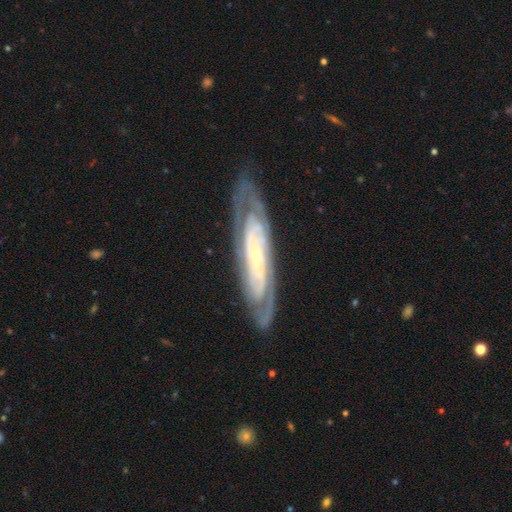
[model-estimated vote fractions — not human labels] Smooth or featured? Predicted: featured or disk (p=0.86). Edge-on disk? Predicted: no (p=0.80). Bar? Predicted: no (p=0.59). Spiral arms? Predicted: yes (p=0.95). Spiral winding? Predicted: tight (p=0.70). Spiral arm count? Predicted: 2 (p=0.39). Bulge size? Predicted: small (p=0.75). Merging? Predicted: none (p=0.79).